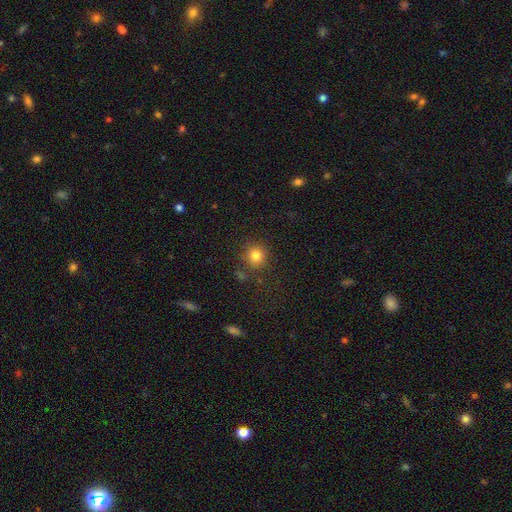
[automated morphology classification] The model was most divided on "smooth or featured": smooth: 82%, star or artifact: 12%, featured or disk: 6%. More confident: how rounded — round (90%); merging — none (82%).